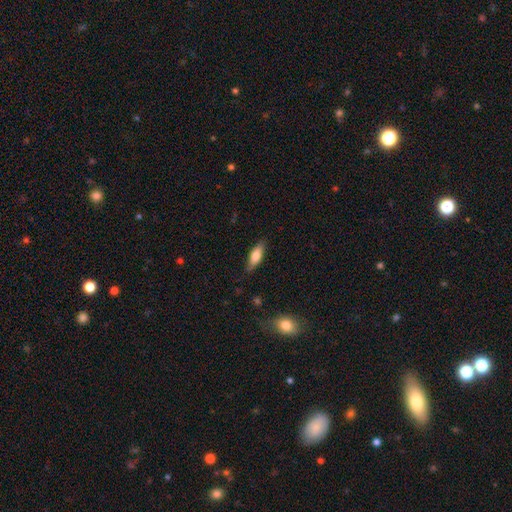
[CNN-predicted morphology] smooth_or_featured: smooth (p=0.68) [alt: featured or disk p=0.25]
how_rounded: in between (p=0.59) [alt: cigar-shaped p=0.38]
merging: none (p=0.78) [alt: minor disturbance p=0.18]